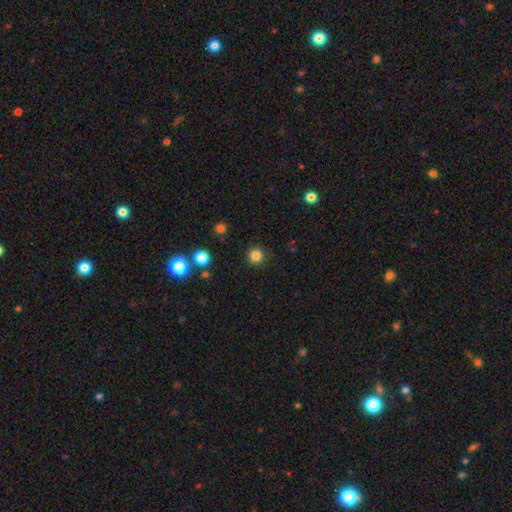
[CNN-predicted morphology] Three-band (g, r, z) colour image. It shows a smooth galaxy with no disk features (83%) that is round (95%). Merging: none (91%).